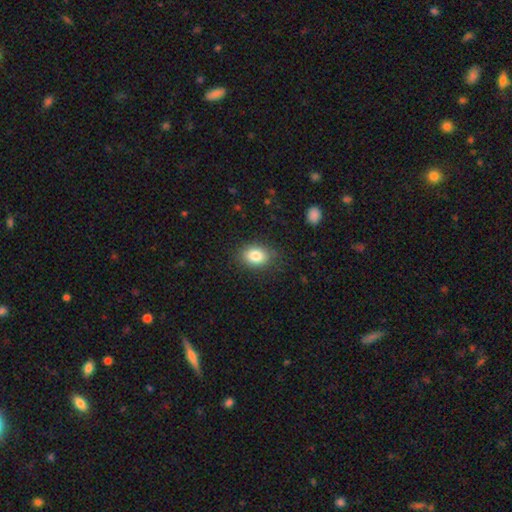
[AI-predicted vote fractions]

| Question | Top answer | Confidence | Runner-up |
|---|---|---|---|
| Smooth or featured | smooth | 83% | star or artifact (9%) |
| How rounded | in between | 72% | round (27%) |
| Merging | none | 83% | minor disturbance (13%) |